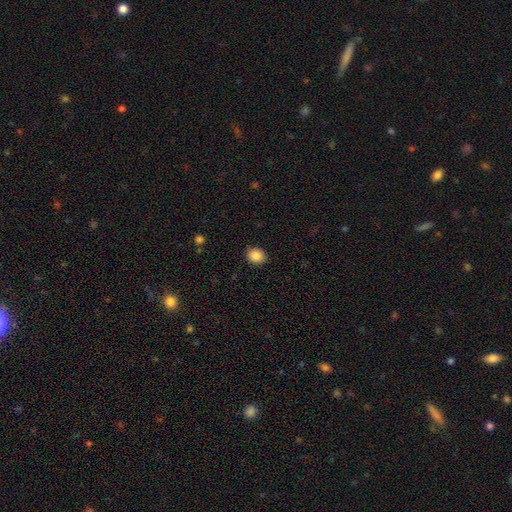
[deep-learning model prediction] A smooth galaxy with no disk features (87%) that is round (67%).

Vote fractions:
- Smooth or featured? smooth: 87% / star or artifact: 9% / featured or disk: 4%
- How rounded? round: 67% / in between: 32% / cigar-shaped: 1%
- Merging? none: 89% / minor disturbance: 8% / major disturbance: 2% / merger: 1%